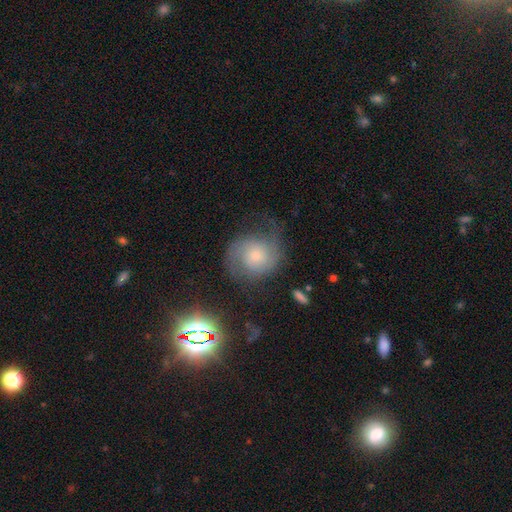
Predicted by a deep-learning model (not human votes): A featured or disk galaxy (71%) with no bar (72%), 2 (83%) medium (46%) spiral arms (94%) and a small central bulge (52%).

Vote fractions:
- Smooth or featured? featured or disk: 71% / smooth: 20% / star or artifact: 9%
- Edge-on disk? no: 98% / yes: 2%
- Bar? no: 72% / weak: 24% / strong: 4%
- Spiral arms? yes: 94% / no: 6%
- Spiral winding? medium: 46% / tight: 30% / loose: 23%
- Spiral arm count? 2: 83% / can't tell: 7% / 3: 3% / 1: 3% / 4: 2% / more than 4: 2%
- Bulge size? small: 52% / moderate: 33% / large: 6% / none: 6% / dominant: 2%
- Merging? none: 63% / minor disturbance: 20% / major disturbance: 14% / merger: 2%